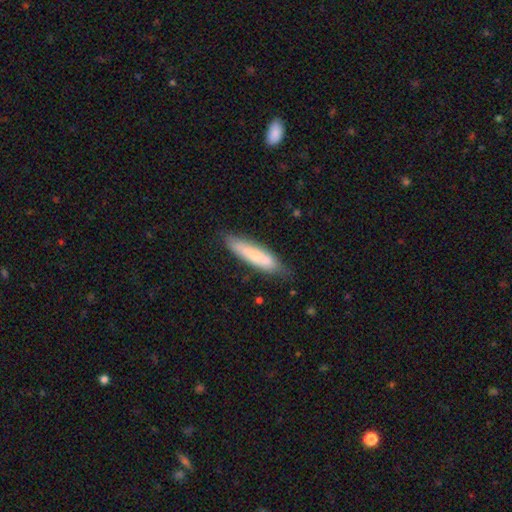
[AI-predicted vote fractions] Smooth or featured? smooth (69%)
How rounded? cigar-shaped (77%)
Merging? none (75%)